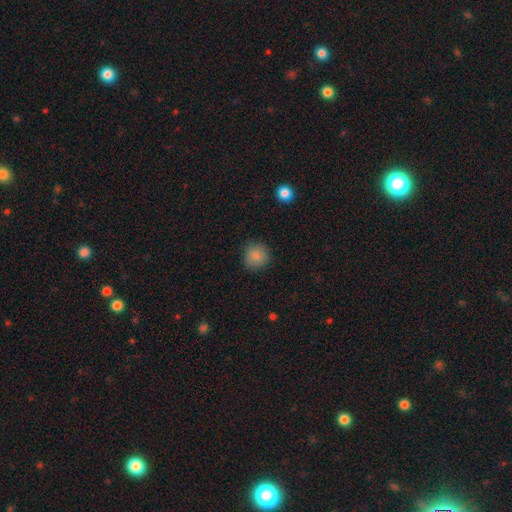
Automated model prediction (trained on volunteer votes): Smooth or featured?
  - smooth: 86% *
  - star or artifact: 9%
  - featured or disk: 5%
How rounded?
  - round: 91% *
  - in between: 8%
  - cigar-shaped: 1%
Merging?
  - none: 85% *
  - minor disturbance: 11%
  - major disturbance: 3%
  - merger: 1%